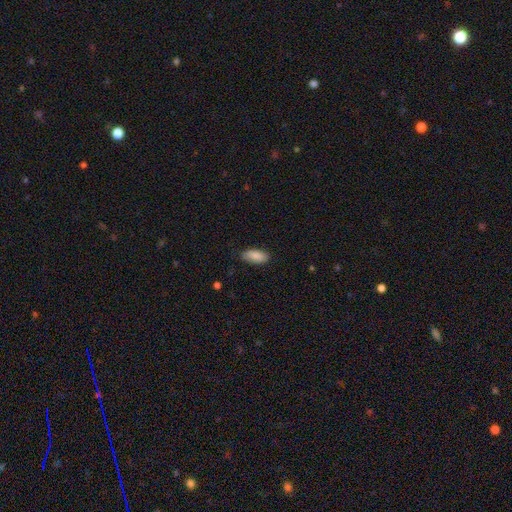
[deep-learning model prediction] Morphology: type=smooth (88%); roundness=in between (88%); merging=none (82%).